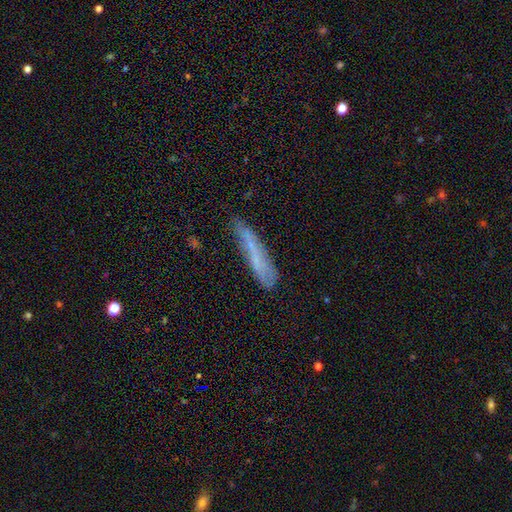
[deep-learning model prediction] Smooth or featured: smooth — 53% (featured or disk — 36%)
How rounded: cigar-shaped — 89% (in between — 9%)
Merging: none — 59% (minor disturbance — 27%)